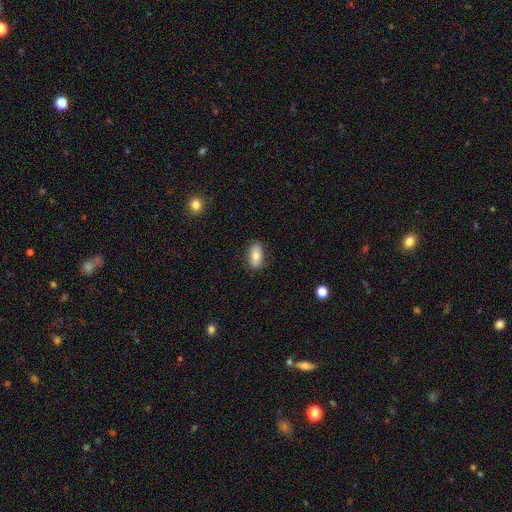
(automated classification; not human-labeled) A smooth galaxy with no disk features (76%) that is in between round and cigar-shaped (91%).

Vote fractions:
- Smooth or featured? smooth: 76% / featured or disk: 17% / star or artifact: 8%
- How rounded? in between: 91% / round: 5% / cigar-shaped: 4%
- Merging? none: 83% / minor disturbance: 13% / major disturbance: 3% / merger: 1%